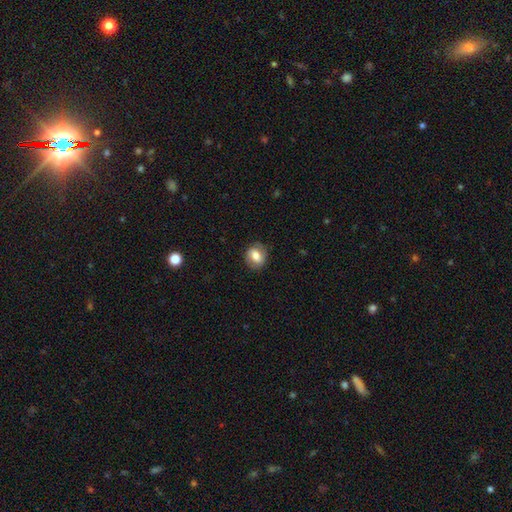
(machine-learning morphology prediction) Smooth or featured?
  - smooth: 65% *
  - featured or disk: 26%
  - star or artifact: 9%
How rounded?
  - round: 62% *
  - in between: 37%
  - cigar-shaped: 1%
Merging?
  - none: 79% *
  - minor disturbance: 15%
  - major disturbance: 5%
  - merger: 1%